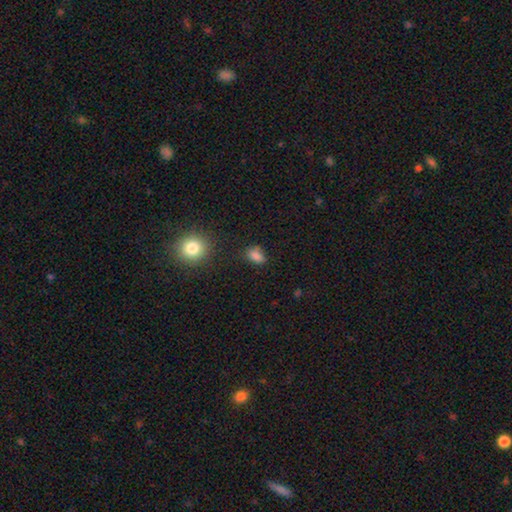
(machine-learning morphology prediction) A smooth galaxy with no disk features (81%) that is in between round and cigar-shaped (81%). Merging: none (68%).